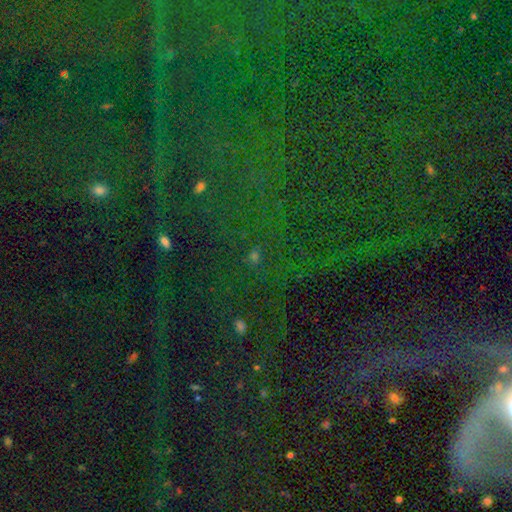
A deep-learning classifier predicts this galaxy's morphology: This appears to be a star or artifact, not a galaxy (80%).